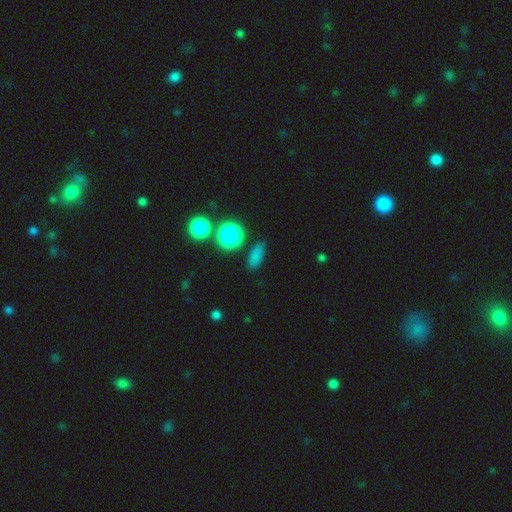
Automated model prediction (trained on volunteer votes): This appears to be a smooth galaxy with no disk features (74%) that is in between round and cigar-shaped (59%). Merging: none (80%).